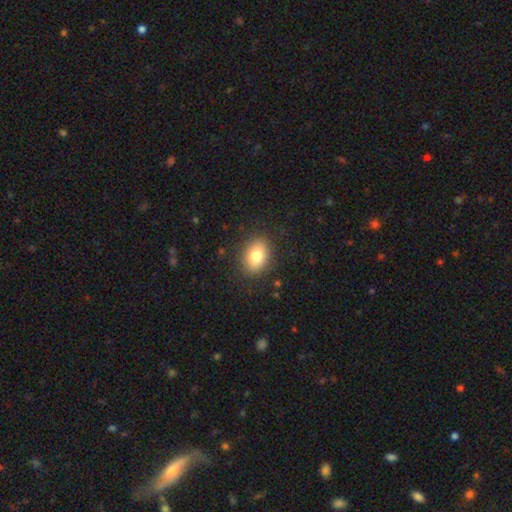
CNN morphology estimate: Smooth or featured: smooth — 81% (featured or disk — 10%)
How rounded: in between — 71% (round — 28%)
Merging: none — 87% (minor disturbance — 9%)